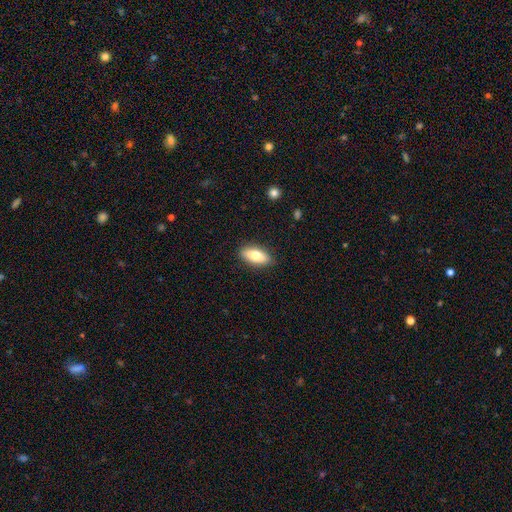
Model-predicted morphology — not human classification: Overall: smooth (71%). How rounded: in between (84%). Merging: none (88%).